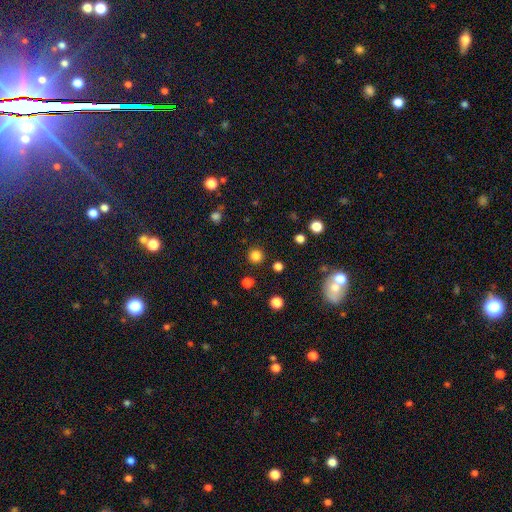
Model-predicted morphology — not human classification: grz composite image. It shows a smooth galaxy with no disk features (81%) that is round (95%). Merging: none (91%).